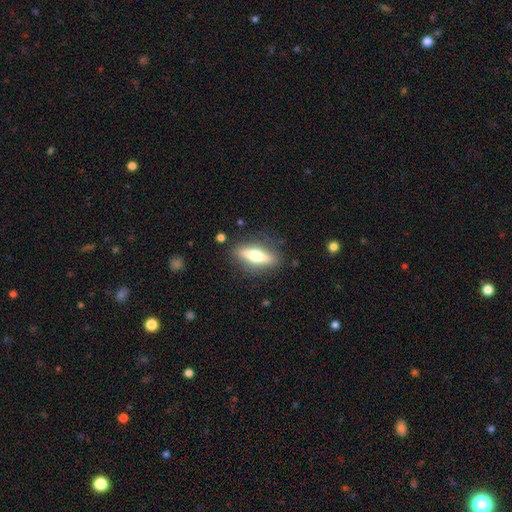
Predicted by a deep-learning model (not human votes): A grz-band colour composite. It shows a smooth galaxy with no disk features (49%). Merging: none (85%).